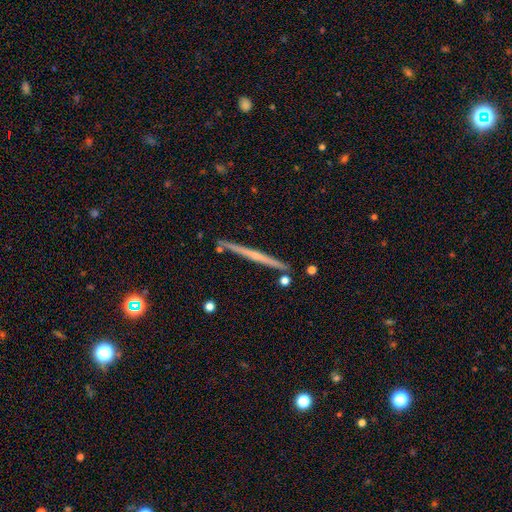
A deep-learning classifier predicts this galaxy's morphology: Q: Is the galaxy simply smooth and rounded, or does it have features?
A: featured or disk — 66%.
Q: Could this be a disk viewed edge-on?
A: yes — 98%.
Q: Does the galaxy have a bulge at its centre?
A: none — 63%.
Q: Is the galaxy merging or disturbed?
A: none — 89%.